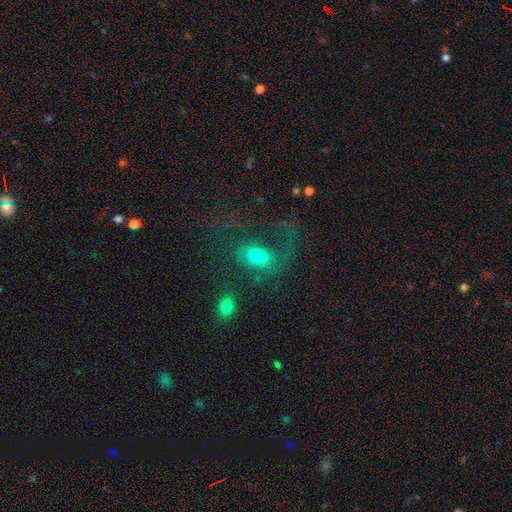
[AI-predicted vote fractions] smooth-or-featured: smooth: 49% | featured or disk: 37% | star or artifact: 14%
  merging: major disturbance: 30% | none: 29% | merger: 27% | minor disturbance: 14%